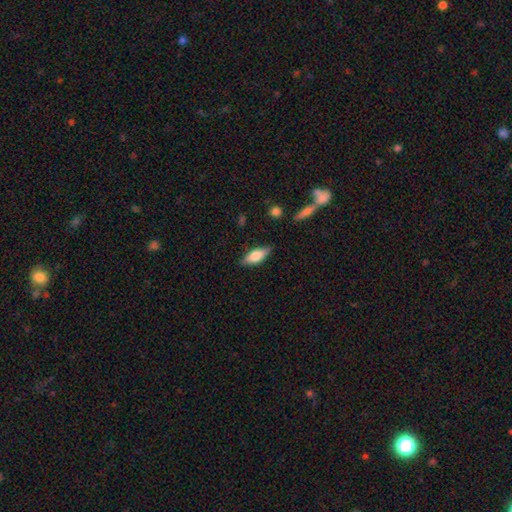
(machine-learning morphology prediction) This appears to be a smooth galaxy with no disk features (62%) that is in between round and cigar-shaped (69%). Merging: none (83%).